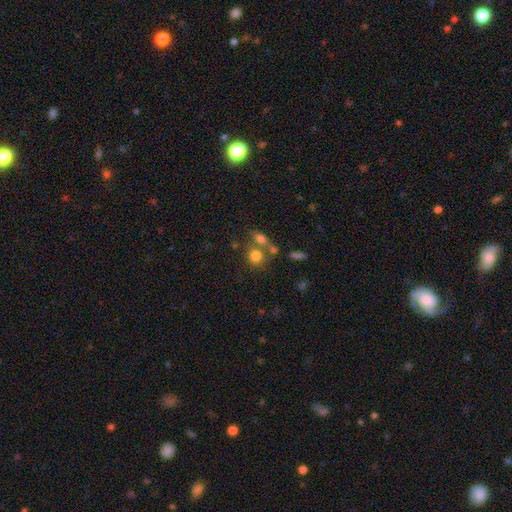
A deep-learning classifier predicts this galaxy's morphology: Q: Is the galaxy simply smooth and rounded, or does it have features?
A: smooth — 75%.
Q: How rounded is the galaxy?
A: round — 80%.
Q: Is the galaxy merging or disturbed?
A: none — 51%.